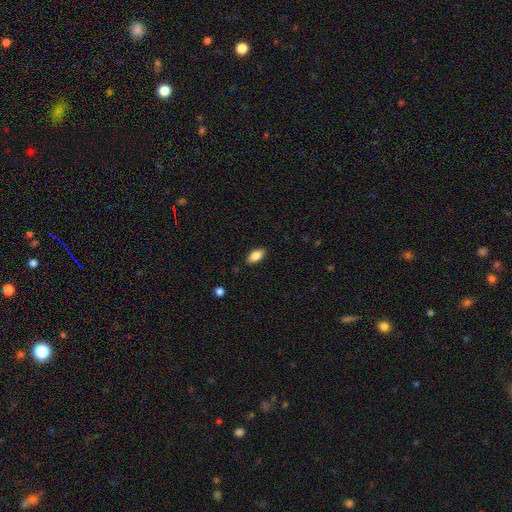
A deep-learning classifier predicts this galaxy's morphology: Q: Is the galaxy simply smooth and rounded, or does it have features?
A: smooth — 86%.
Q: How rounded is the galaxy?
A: in between — 92%.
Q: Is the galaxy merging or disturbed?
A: none — 88%.